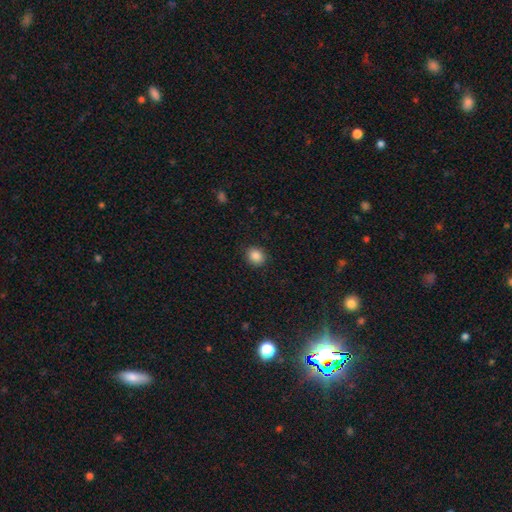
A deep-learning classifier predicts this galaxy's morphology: smooth 87%, star or artifact 9%, featured or disk 4%. Down the decision tree: how rounded — round (69%); merging — none (89%).